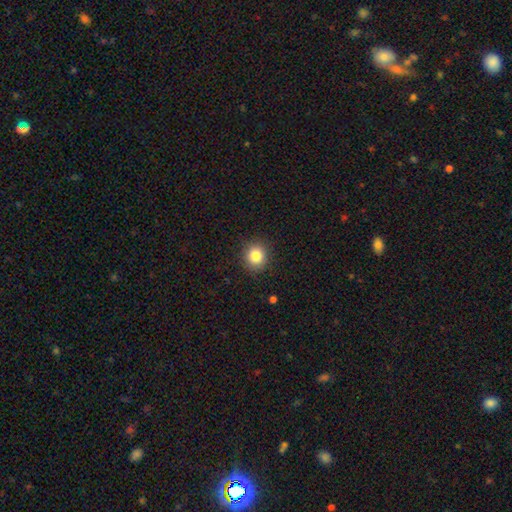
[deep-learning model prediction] Smooth or featured?
  - smooth: 83% *
  - star or artifact: 11%
  - featured or disk: 6%
How rounded?
  - round: 85% *
  - in between: 14%
  - cigar-shaped: 1%
Merging?
  - none: 90% *
  - minor disturbance: 7%
  - major disturbance: 2%
  - merger: 1%